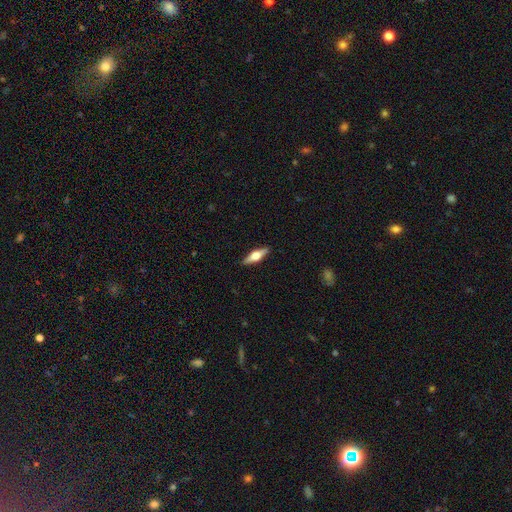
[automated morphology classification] This appears to be a featured or disk galaxy (57%) viewed edge-on (95%) with a rounded central bulge (93%). Merging: none (90%).